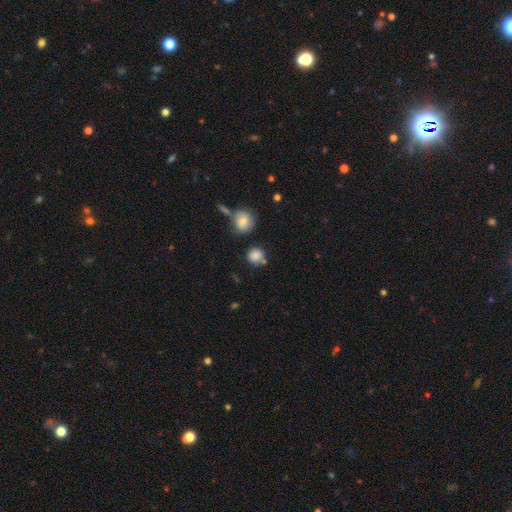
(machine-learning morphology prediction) Q: Smooth or featured?
A: smooth (84%); runner-up: star or artifact (10%)
Q: How rounded?
A: round (87%); runner-up: in between (12%)
Q: Merging?
A: none (70%); runner-up: minor disturbance (15%)